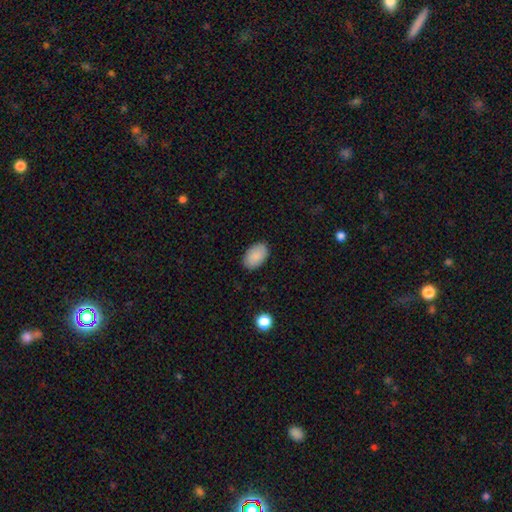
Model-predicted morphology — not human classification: smooth_or_featured: smooth (p=0.89) [alt: star or artifact p=0.07]
how_rounded: in between (p=0.92) [alt: round p=0.07]
merging: none (p=0.87) [alt: minor disturbance p=0.10]